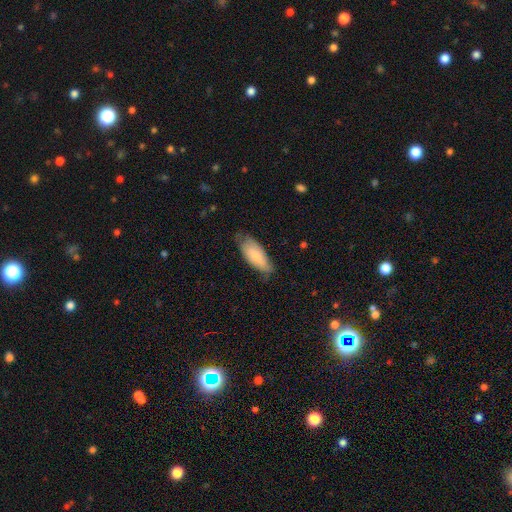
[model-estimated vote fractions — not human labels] Smooth or featured? Predicted: smooth (p=0.75). How rounded? Predicted: in between (p=0.83). Merging? Predicted: none (p=0.59).